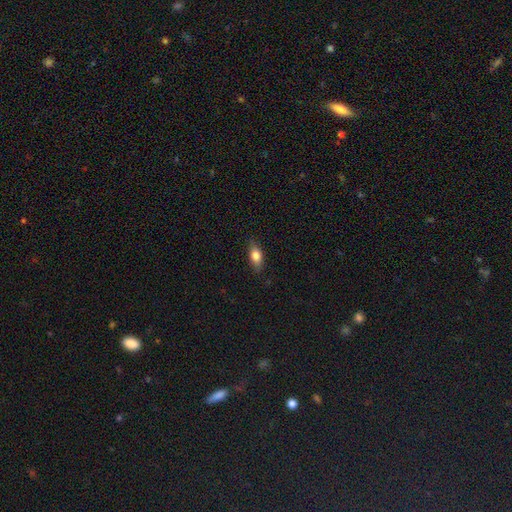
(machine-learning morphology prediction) Smooth or featured? Predicted: smooth (p=0.77). How rounded? Predicted: in between (p=0.80). Merging? Predicted: none (p=0.83).